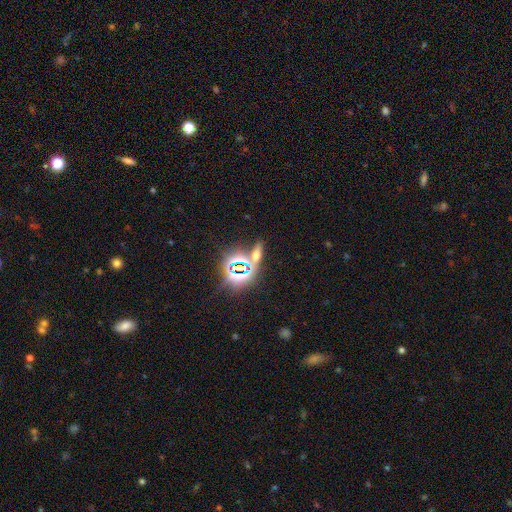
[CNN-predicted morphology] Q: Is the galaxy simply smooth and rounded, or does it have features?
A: star or artifact — 52%.